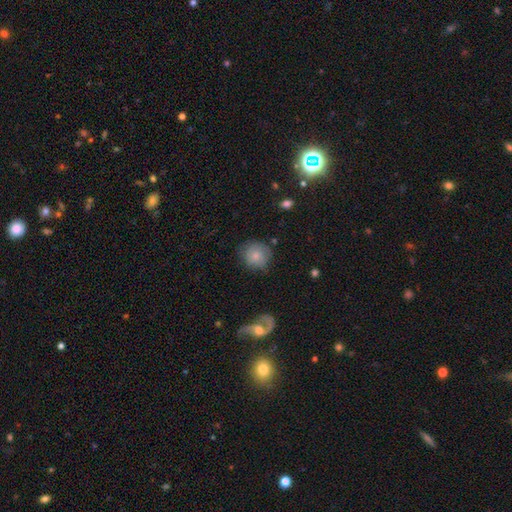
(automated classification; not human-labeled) smooth_or_featured: smooth (p=0.66) [alt: featured or disk p=0.26]
how_rounded: round (p=0.87) [alt: in between p=0.12]
merging: none (p=0.71) [alt: minor disturbance p=0.20]